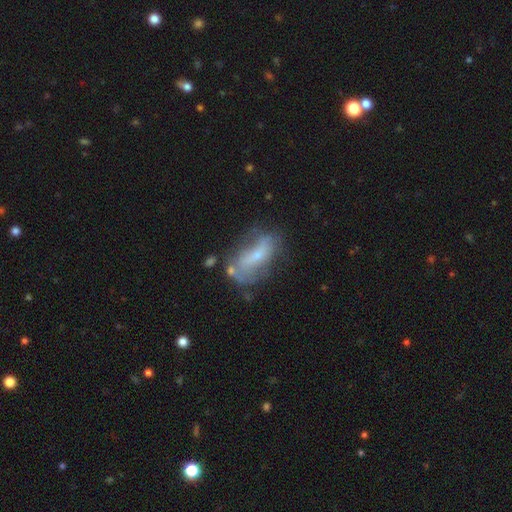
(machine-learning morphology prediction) Smooth or featured?
  - featured or disk: 53% *
  - smooth: 37%
  - star or artifact: 10%
Edge-on disk?
  - no: 84% *
  - yes: 16%
Merging?
  - none: 47% *
  - minor disturbance: 25%
  - major disturbance: 17%
  - merger: 11%